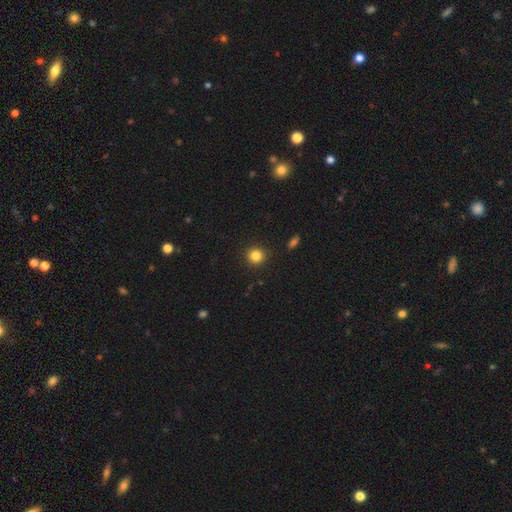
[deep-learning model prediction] The model was most divided on "smooth or featured": smooth: 84%, star or artifact: 12%, featured or disk: 5%. More confident: how rounded — round (91%); merging — none (91%).